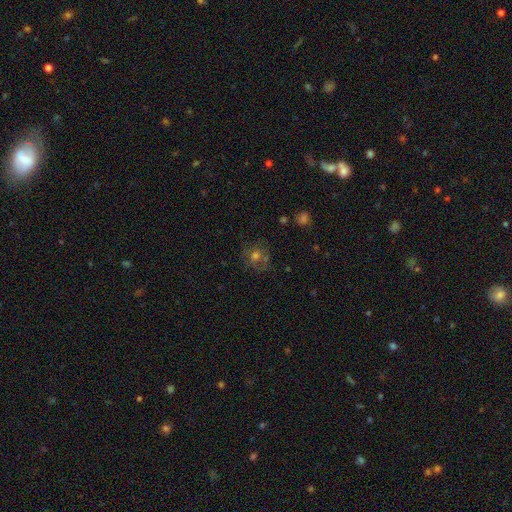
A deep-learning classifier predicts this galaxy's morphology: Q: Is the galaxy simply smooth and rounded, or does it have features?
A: smooth — 46%.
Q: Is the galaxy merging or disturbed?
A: none — 69%.